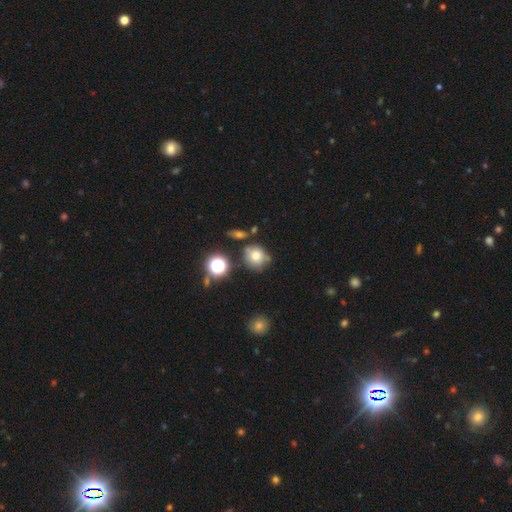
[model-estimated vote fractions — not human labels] smooth-or-featured: smooth: 68% | star or artifact: 16% | featured or disk: 15%
  how-rounded: round: 83% | in between: 16% | cigar-shaped: 1%
  merging: none: 63% | minor disturbance: 21% | merger: 10% | major disturbance: 6%